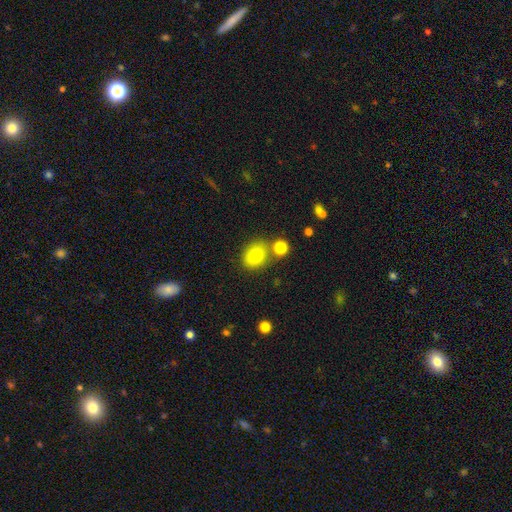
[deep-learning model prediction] A smooth galaxy with no disk features (80%) that is round (55%). Merging: none (69%).